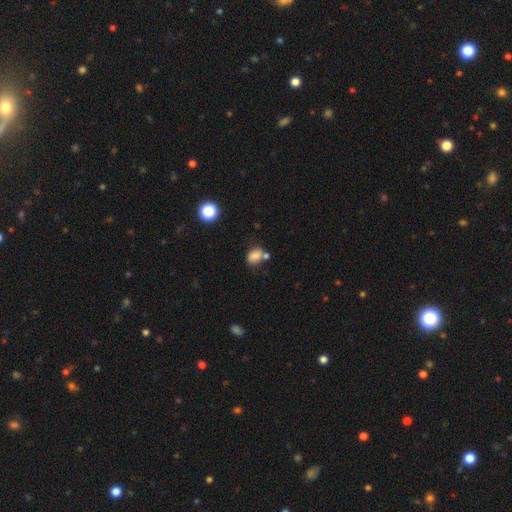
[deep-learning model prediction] Morphology: type=smooth (80%); roundness=in between (69%); merging=none (49%).